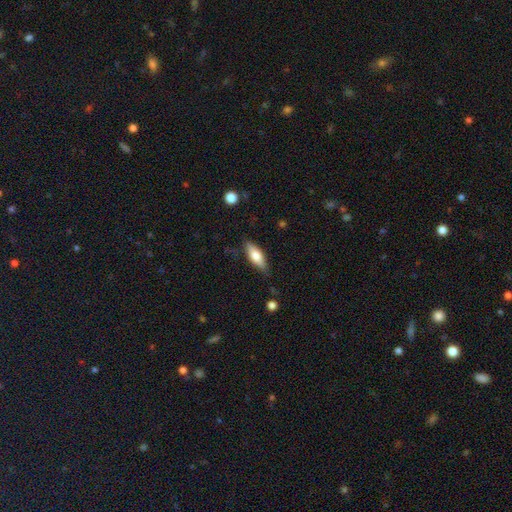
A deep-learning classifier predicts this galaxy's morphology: type=smooth (67%); roundness=in between (65%); merging=none (78%).